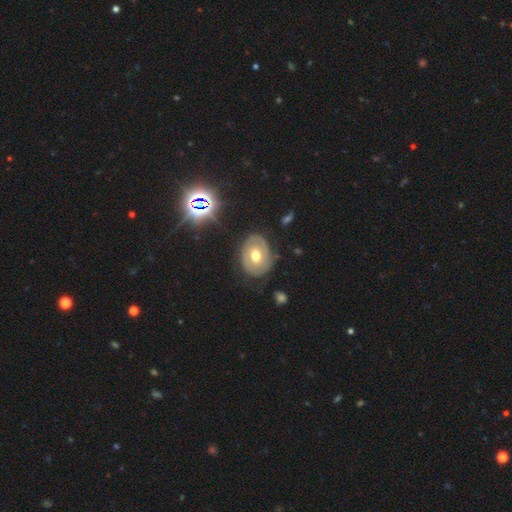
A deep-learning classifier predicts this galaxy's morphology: A featured or disk galaxy (59%) with no bar (60%), spiral arms (53%) and a moderate central bulge (78%).

Vote fractions:
- Smooth or featured? featured or disk: 59% / smooth: 31% / star or artifact: 9%
- Edge-on disk? no: 95% / yes: 5%
- Bar? no: 60% / weak: 30% / strong: 10%
- Spiral arms? yes: 53% / no: 47%
- Bulge size? moderate: 78% / small: 12% / large: 8% / dominant: 1% / none: 1%
- Merging? none: 75% / minor disturbance: 17% / major disturbance: 6% / merger: 2%